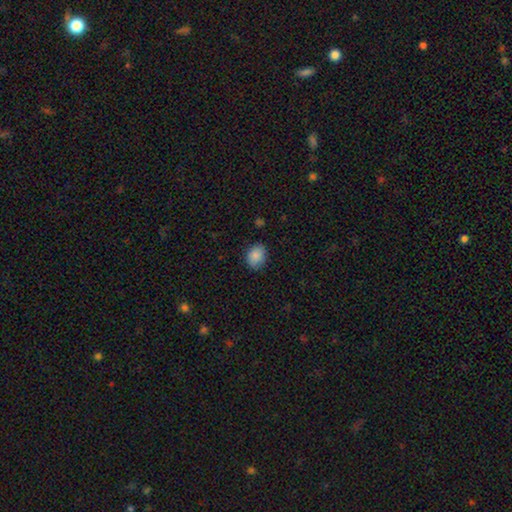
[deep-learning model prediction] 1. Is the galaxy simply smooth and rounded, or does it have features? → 87% smooth, 8% star or artifact, 5% featured or disk.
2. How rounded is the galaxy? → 52% in between, 47% round, 1% cigar-shaped.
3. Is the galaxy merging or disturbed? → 82% none, 14% minor disturbance, 3% major disturbance, 1% merger.